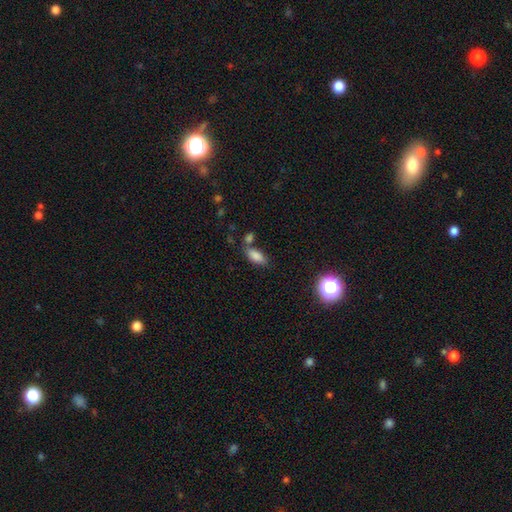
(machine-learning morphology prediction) This appears to be a smooth galaxy with no disk features (84%) that is in between round and cigar-shaped (87%). Merging: none (59%).